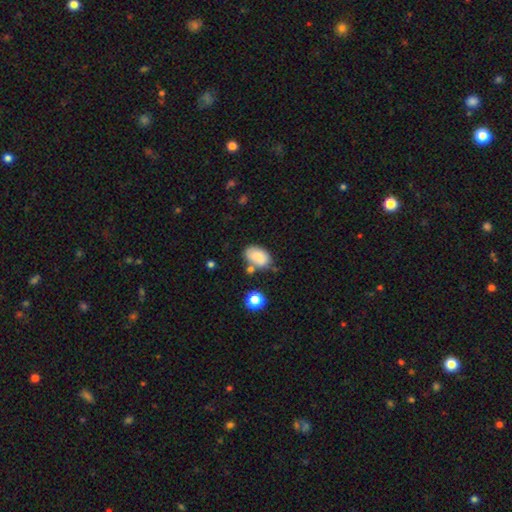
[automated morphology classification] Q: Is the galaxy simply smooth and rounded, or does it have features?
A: smooth — 82%.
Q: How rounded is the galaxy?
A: in between — 91%.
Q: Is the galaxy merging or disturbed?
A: none — 60%.